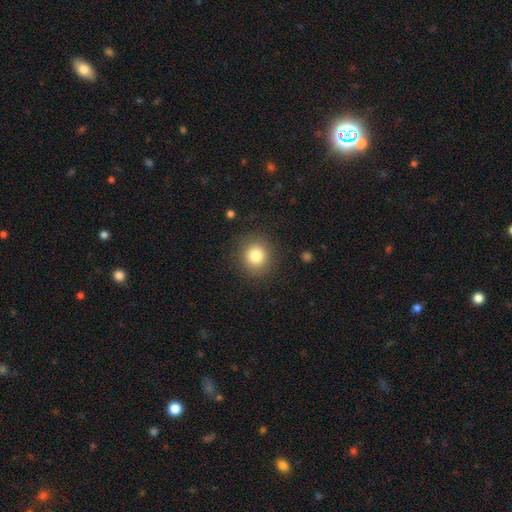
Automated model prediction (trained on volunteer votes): smooth-or-featured: smooth: 82% | star or artifact: 11% | featured or disk: 8%
  how-rounded: round: 89% | in between: 10% | cigar-shaped: 1%
  merging: none: 88% | minor disturbance: 8% | major disturbance: 3% | merger: 1%